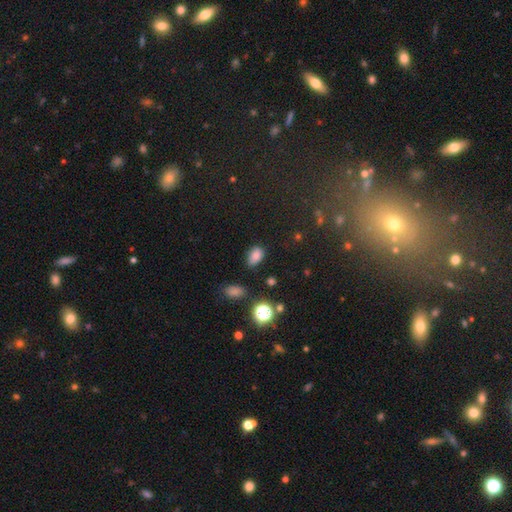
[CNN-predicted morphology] smooth 77%, star or artifact 16%, featured or disk 7%. Down the decision tree: how rounded — in between (85%); merging — none (73%).